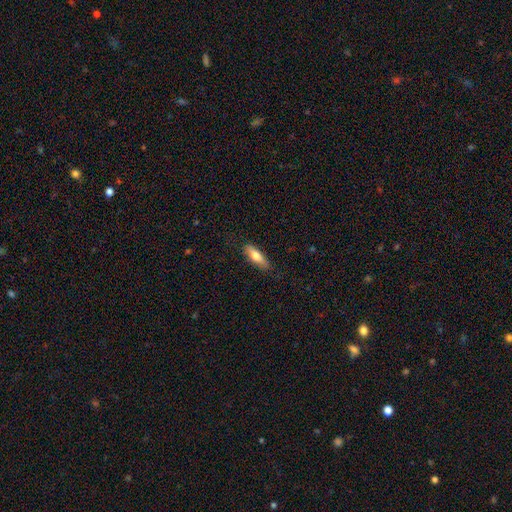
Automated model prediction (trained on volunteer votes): Q: Smooth or featured?
A: smooth (67%); runner-up: featured or disk (27%)
Q: How rounded?
A: cigar-shaped (53%); runner-up: in between (45%)
Q: Merging?
A: none (83%); runner-up: minor disturbance (13%)